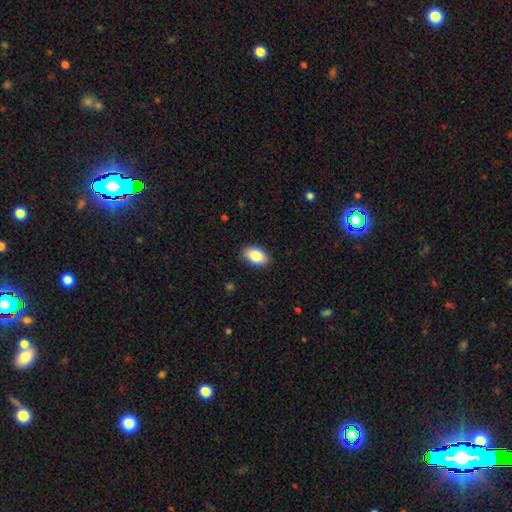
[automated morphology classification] smooth 86%, featured or disk 7%, star or artifact 7%. Down the decision tree: how rounded — in between (93%); merging — none (90%).